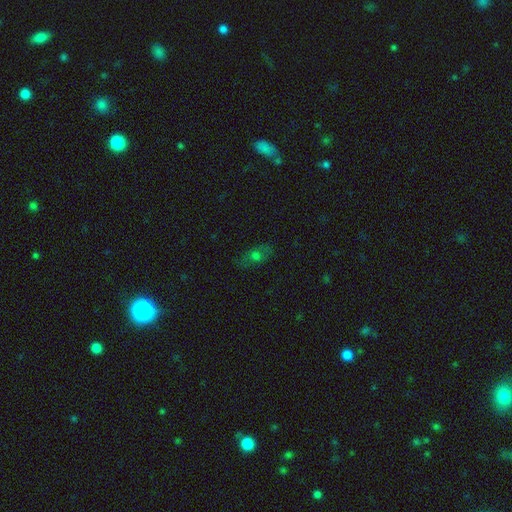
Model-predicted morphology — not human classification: This appears to be a smooth galaxy with no disk features (45%). Merging: none (79%).